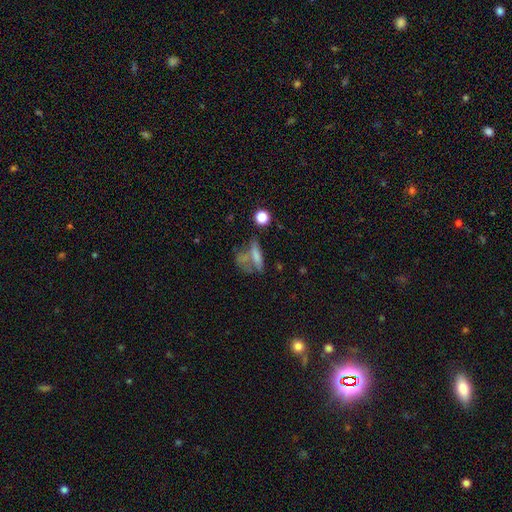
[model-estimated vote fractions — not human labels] Smooth or featured?
  - smooth: 48% *
  - featured or disk: 34%
  - star or artifact: 18%
Merging?
  - none: 40% *
  - merger: 25%
  - major disturbance: 19%
  - minor disturbance: 16%